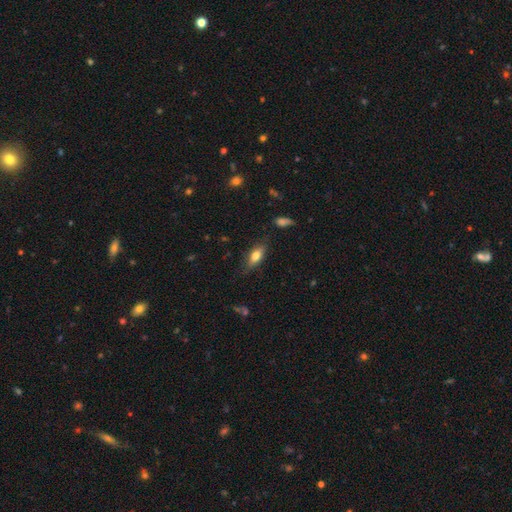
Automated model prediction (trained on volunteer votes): Q: Smooth or featured?
A: smooth (72%); runner-up: featured or disk (21%)
Q: How rounded?
A: in between (72%); runner-up: cigar-shaped (25%)
Q: Merging?
A: none (75%); runner-up: minor disturbance (18%)